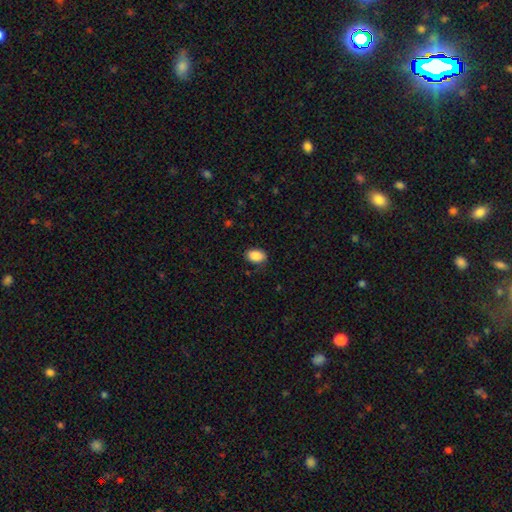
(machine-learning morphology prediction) Overall: smooth (89%). How rounded: in between (87%). Merging: none (85%).